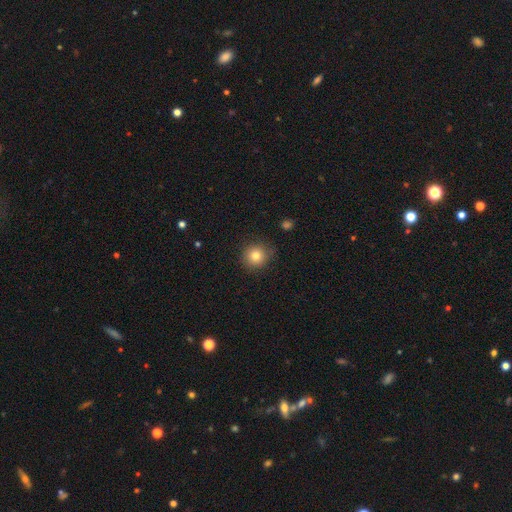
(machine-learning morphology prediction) A smooth galaxy with no disk features (80%) that is round (92%). Merging: none (86%).